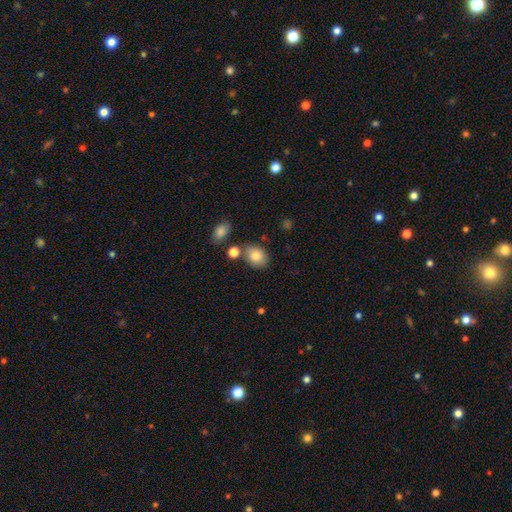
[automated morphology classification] This is clearly a smooth galaxy (83%). How rounded: likely in between (67%). Merging: likely none (72%).